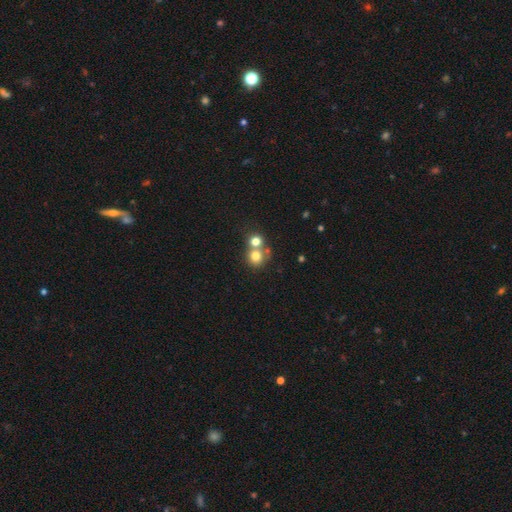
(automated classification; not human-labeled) Overall: smooth (75%). How rounded: round (86%). Merging: merger (46%; none 44%).